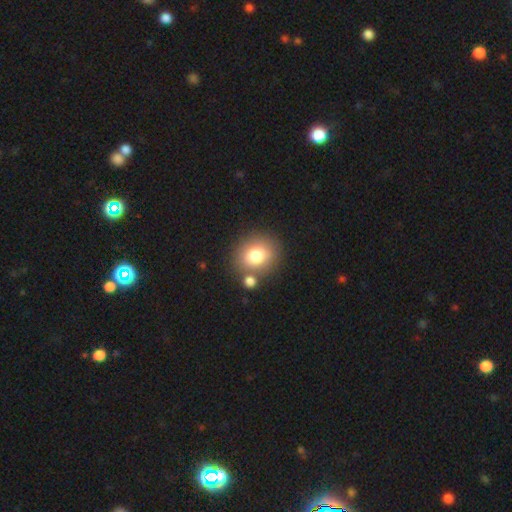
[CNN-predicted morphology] smooth_or_featured: smooth (p=0.78) [alt: featured or disk p=0.11]
how_rounded: round (p=0.70) [alt: in between p=0.29]
merging: none (p=0.71) [alt: merger p=0.15]